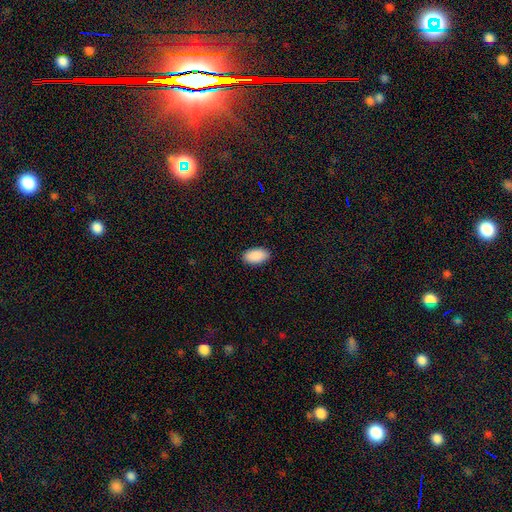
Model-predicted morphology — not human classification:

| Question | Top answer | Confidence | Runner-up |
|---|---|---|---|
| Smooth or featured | smooth | 91% | star or artifact (6%) |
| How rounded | in between | 96% | round (3%) |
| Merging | none | 90% | minor disturbance (8%) |